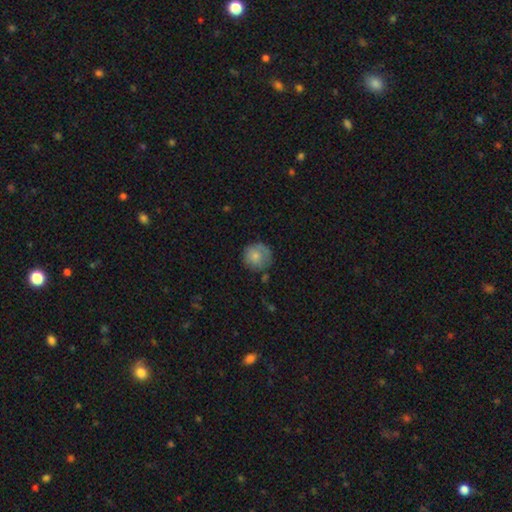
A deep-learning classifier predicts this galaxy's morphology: Smooth or featured? Predicted: smooth (p=0.75). How rounded? Predicted: round (p=0.92). Merging? Predicted: none (p=0.71).